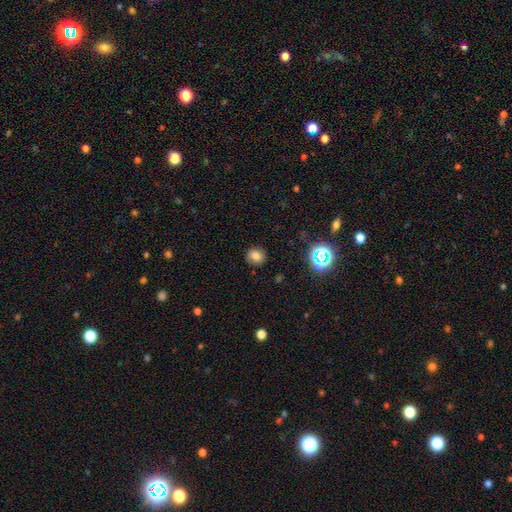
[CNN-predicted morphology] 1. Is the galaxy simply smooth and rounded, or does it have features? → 76% smooth, 16% star or artifact, 8% featured or disk.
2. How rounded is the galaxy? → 81% round, 18% in between, 1% cigar-shaped.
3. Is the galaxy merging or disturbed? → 87% none, 9% minor disturbance, 3% major disturbance, 1% merger.